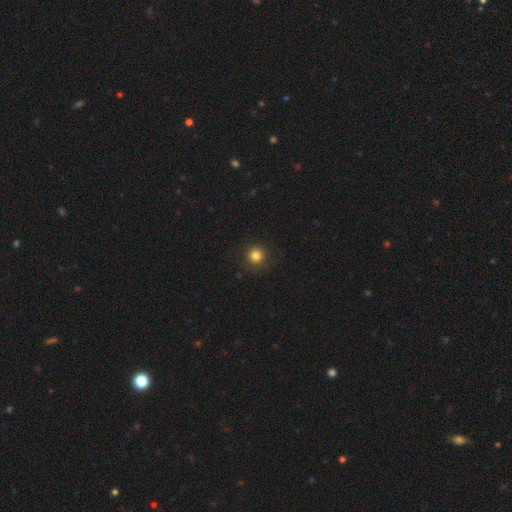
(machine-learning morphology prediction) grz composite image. It shows a smooth galaxy with no disk features (82%) that is round (95%). Merging: none (91%).